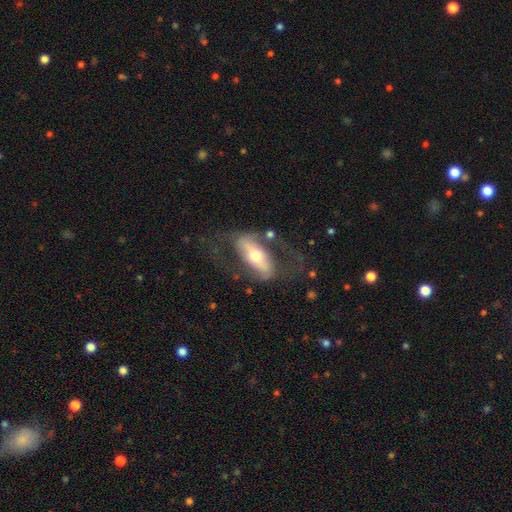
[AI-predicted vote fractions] Smooth or featured?
  - featured or disk: 74% *
  - smooth: 21%
  - star or artifact: 5%
Edge-on disk?
  - no: 84% *
  - yes: 16%
Bar?
  - strong: 52% *
  - no: 25%
  - weak: 22%
Spiral arms?
  - yes: 70% *
  - no: 30%
Bulge size?
  - moderate: 66% *
  - small: 22%
  - large: 9%
  - dominant: 2%
  - none: 1%
Merging?
  - none: 58% *
  - major disturbance: 22%
  - minor disturbance: 17%
  - merger: 3%